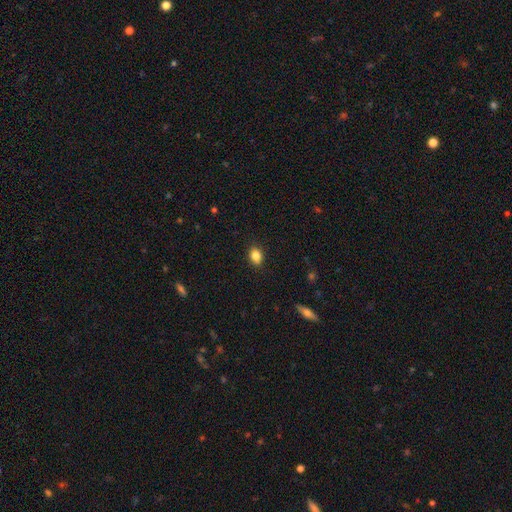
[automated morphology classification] This appears to be a smooth galaxy with no disk features (84%) that is in between round and cigar-shaped (62%). Merging: none (88%).